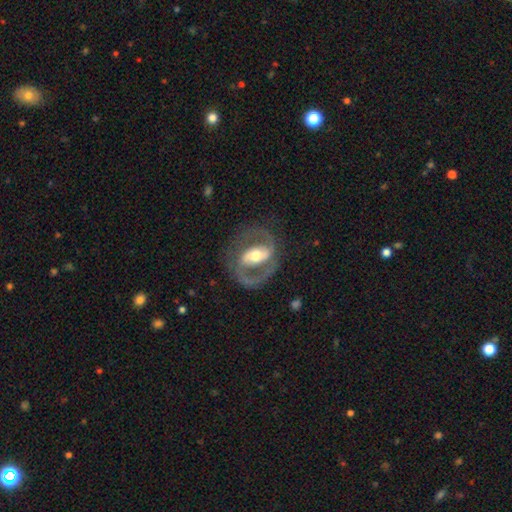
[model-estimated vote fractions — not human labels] Smooth or featured? Predicted: featured or disk (p=0.87). Edge-on disk? Predicted: no (p=0.97). Bar? Predicted: strong (p=0.45). Spiral arms? Predicted: yes (p=0.90). Spiral winding? Predicted: medium (p=0.57). Spiral arm count? Predicted: 2 (p=0.89). Bulge size? Predicted: moderate (p=0.68). Merging? Predicted: none (p=0.75).